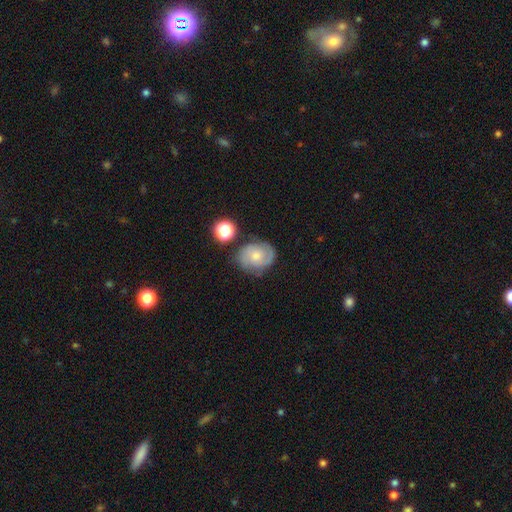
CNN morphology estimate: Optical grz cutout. It shows a featured or disk galaxy (66%) with no bar (71%), 2 (70%) medium (45%) spiral arms (92%) and a small central bulge (50%). Merging: none (70%).